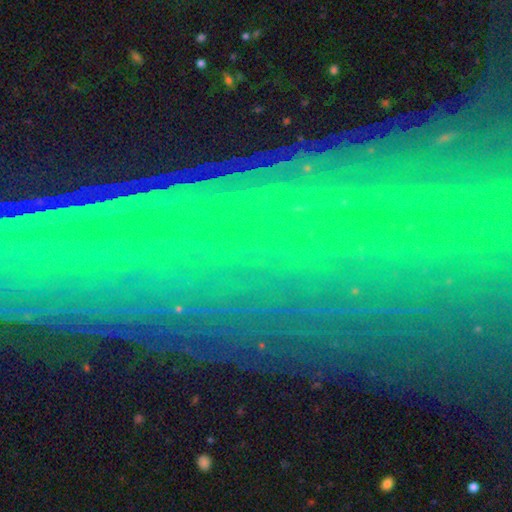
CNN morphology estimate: Smooth or featured? star or artifact (75%)